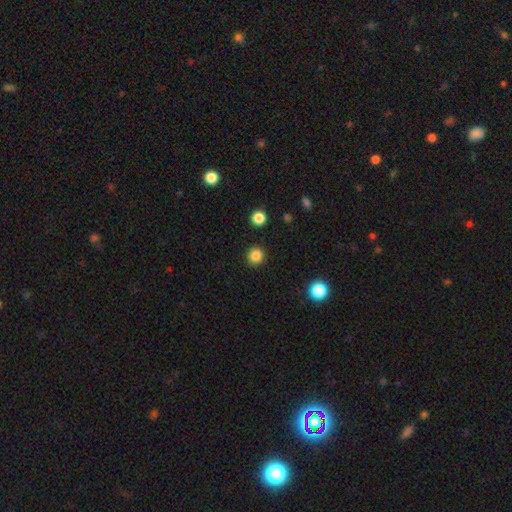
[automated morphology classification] Overall: smooth (85%). How rounded: round (93%). Merging: none (92%).